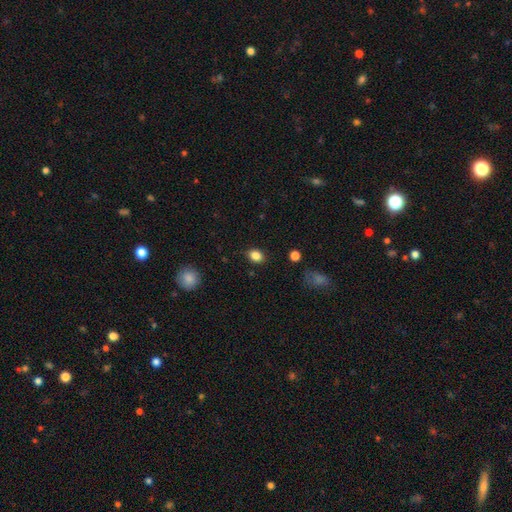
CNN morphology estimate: Smooth or featured? smooth (85%)
How rounded? in between (61%)
Merging? none (84%)